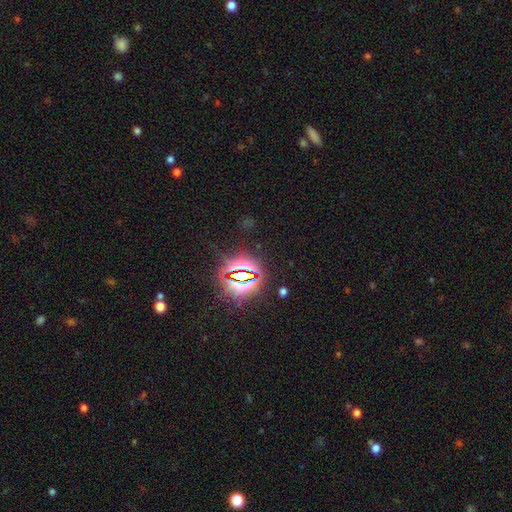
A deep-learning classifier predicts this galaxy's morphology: A star or artifact, not a galaxy (81%).

Vote fractions:
- Smooth or featured? star or artifact: 81% / smooth: 11% / featured or disk: 8%